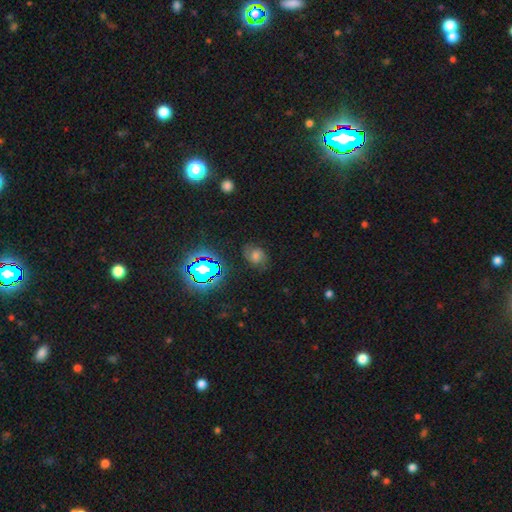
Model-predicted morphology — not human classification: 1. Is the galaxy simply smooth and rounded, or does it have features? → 41% smooth, 30% featured or disk, 29% star or artifact.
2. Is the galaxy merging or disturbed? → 72% none, 19% minor disturbance, 8% major disturbance, 2% merger.